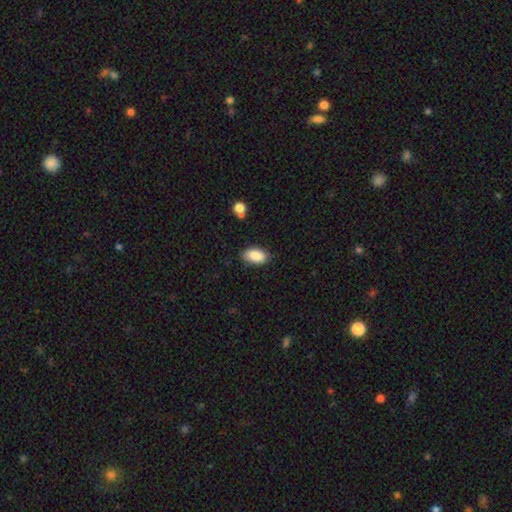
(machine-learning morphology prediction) This appears to be a smooth galaxy with no disk features (88%) that is in between round and cigar-shaped (93%). Merging: none (84%).